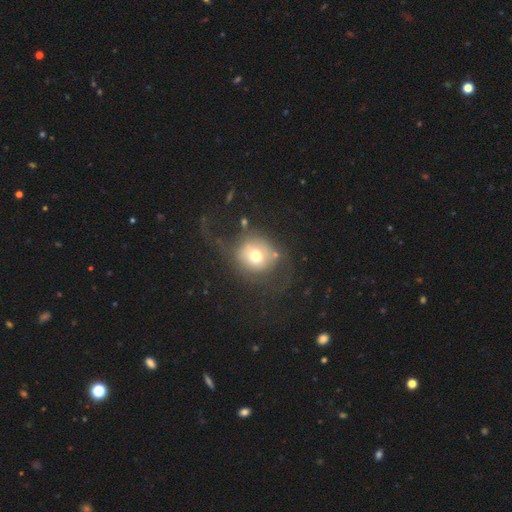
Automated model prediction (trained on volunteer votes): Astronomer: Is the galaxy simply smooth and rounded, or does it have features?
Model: smooth — 59%.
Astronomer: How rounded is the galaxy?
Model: round — 83%.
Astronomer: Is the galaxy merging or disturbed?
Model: major disturbance — 42% (runner-up: none, 37%).